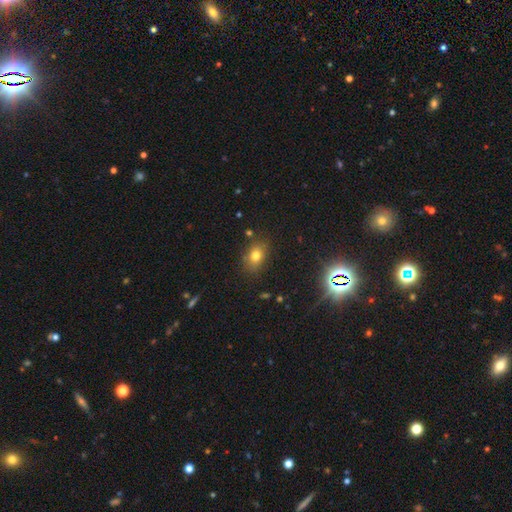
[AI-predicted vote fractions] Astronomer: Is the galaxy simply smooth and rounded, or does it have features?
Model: smooth — 74%.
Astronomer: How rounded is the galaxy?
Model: in between — 67%.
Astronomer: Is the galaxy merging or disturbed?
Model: none — 81%.